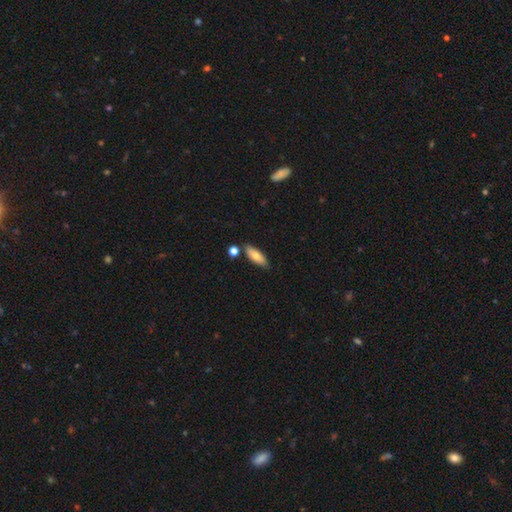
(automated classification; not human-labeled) Smooth or featured? smooth (76%)
How rounded? in between (68%)
Merging? none (78%)